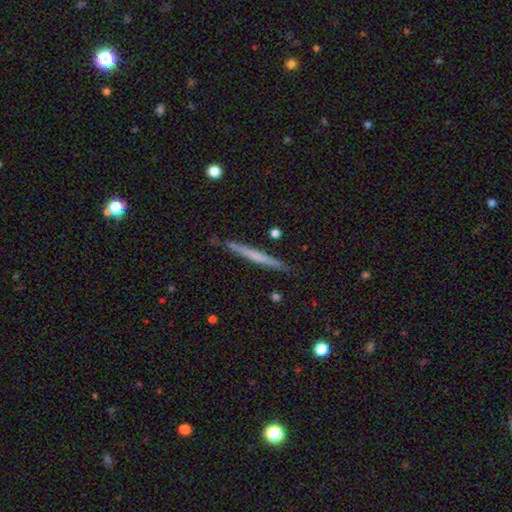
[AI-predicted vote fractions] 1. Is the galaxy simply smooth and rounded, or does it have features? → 50% featured or disk, 44% smooth, 5% star or artifact.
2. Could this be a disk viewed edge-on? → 98% yes, 2% no.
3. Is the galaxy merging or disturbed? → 90% none, 7% minor disturbance, 1% merger, 1% major disturbance.